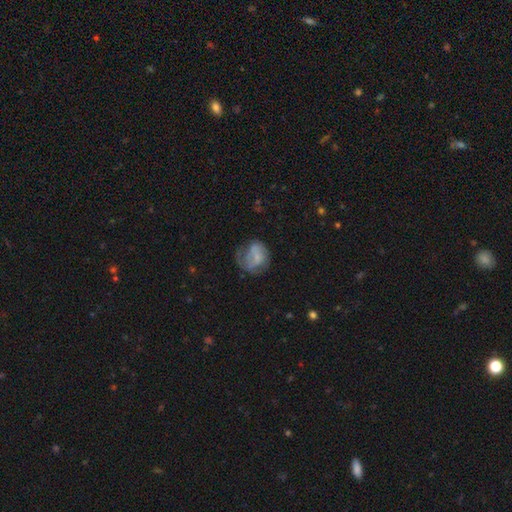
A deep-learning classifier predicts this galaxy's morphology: Q: Smooth or featured?
A: featured or disk (46%); runner-up: smooth (45%)
Q: Merging?
A: none (36%); tied with: major disturbance (36%)